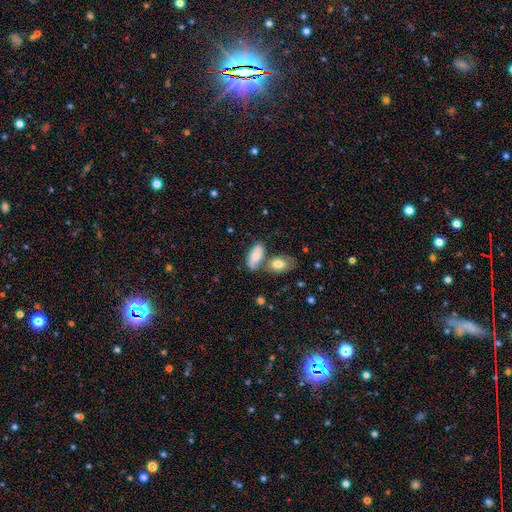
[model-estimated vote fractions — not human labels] Smooth or featured: smooth — 73% (featured or disk — 20%)
How rounded: in between — 89% (cigar-shaped — 7%)
Merging: none — 46% (merger — 30%)